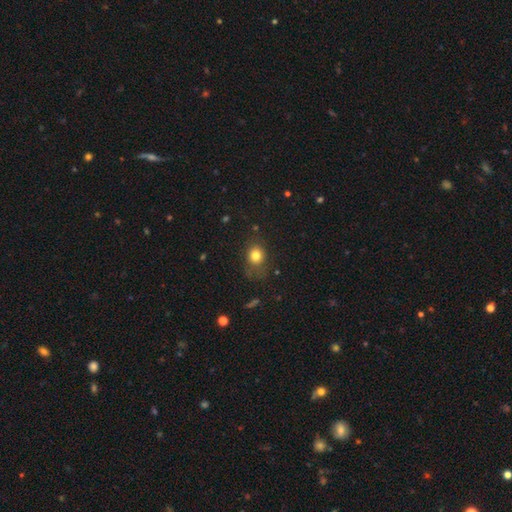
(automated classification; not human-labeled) smooth 80%, star or artifact 12%, featured or disk 8%. Down the decision tree: how rounded — round (63%); merging — none (66%).